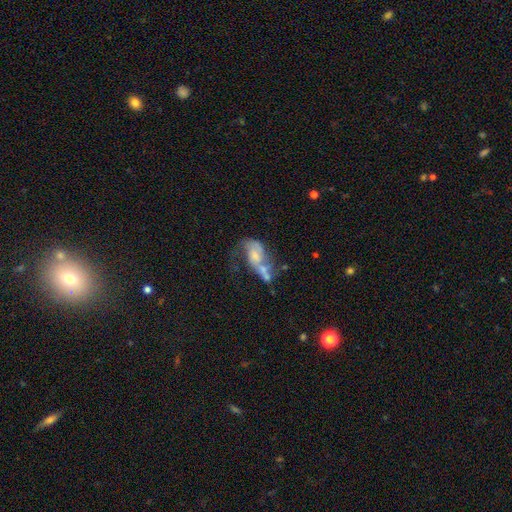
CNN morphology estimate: This is likely a featured or disk galaxy (61%). It is clearly not viewed edge-on (95%). Bar: likely no (69%). Spiral arm pattern: likely yes (63%). Central bulge: marginally small (42%). Merging: marginally merger (33%).